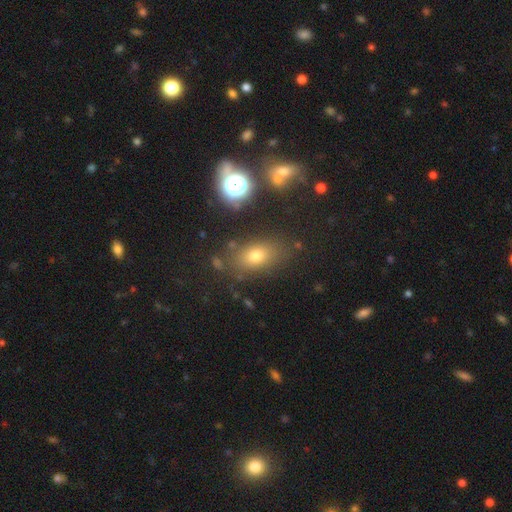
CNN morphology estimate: Overall: smooth (64%). How rounded: in between (75%). Merging: none (77%).